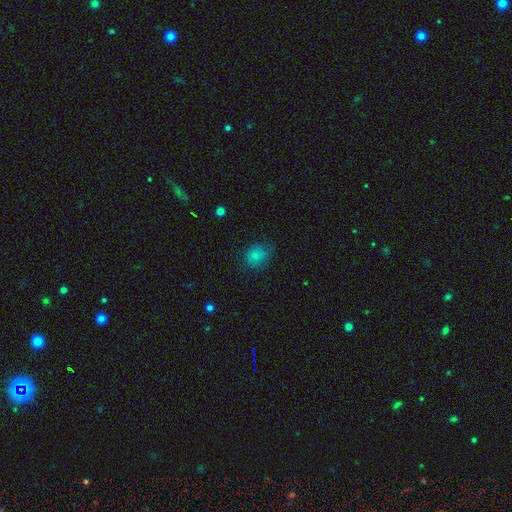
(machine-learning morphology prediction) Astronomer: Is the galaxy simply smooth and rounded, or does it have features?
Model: smooth — 81%.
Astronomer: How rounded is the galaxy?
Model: round — 65%.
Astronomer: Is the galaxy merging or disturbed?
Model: none — 70%.